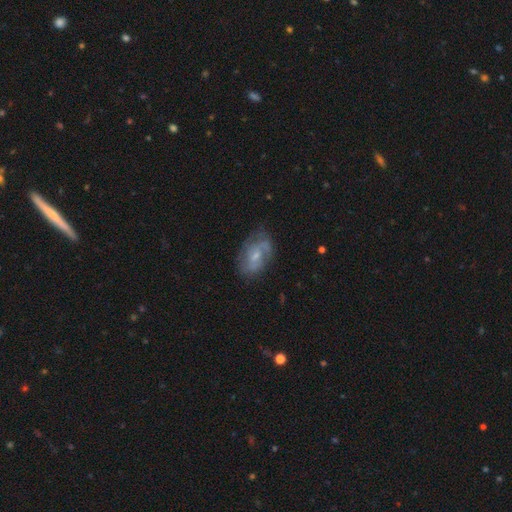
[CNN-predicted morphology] featured or disk 65%, smooth 28%, star or artifact 8%. Down the decision tree: edge-on disk — no (96%); bar — no (52%); spiral arms — yes (78%); bulge size — small (56%); merging — none (62%).